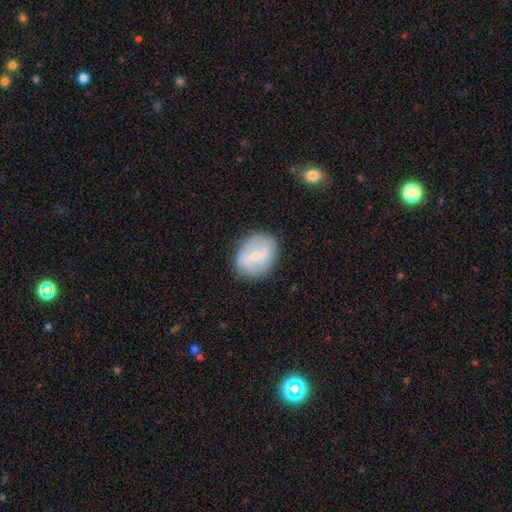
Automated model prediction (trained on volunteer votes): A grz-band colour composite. It shows a smooth galaxy with no disk features (48%). Merging: none (80%).